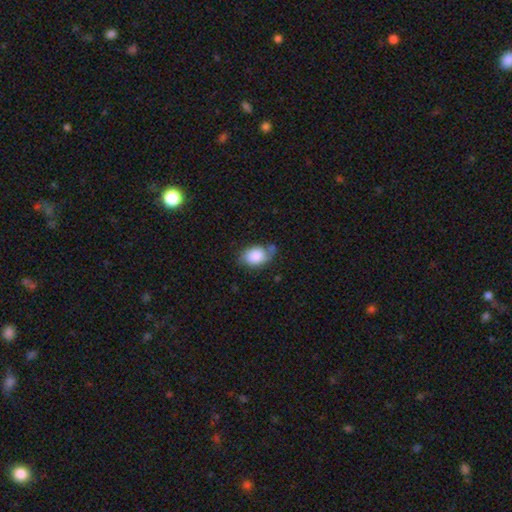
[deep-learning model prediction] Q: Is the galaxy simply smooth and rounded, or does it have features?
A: smooth — 82%.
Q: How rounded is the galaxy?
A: in between — 75%.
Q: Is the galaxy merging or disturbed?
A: none — 56%.